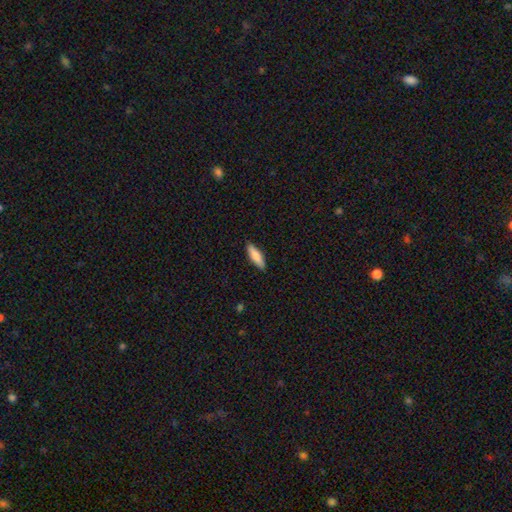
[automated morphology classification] smooth-or-featured: smooth: 79% | featured or disk: 15% | star or artifact: 5%
  how-rounded: cigar-shaped: 63% | in between: 35% | round: 2%
  merging: none: 89% | minor disturbance: 8% | major disturbance: 2% | merger: 1%